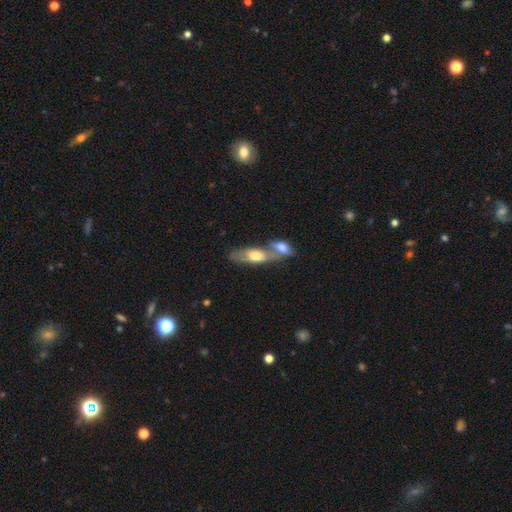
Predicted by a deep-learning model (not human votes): Q: Smooth or featured?
A: smooth (54%); runner-up: featured or disk (40%)
Q: How rounded?
A: in between (67%); runner-up: cigar-shaped (29%)
Q: Merging?
A: merger (61%); runner-up: none (27%)